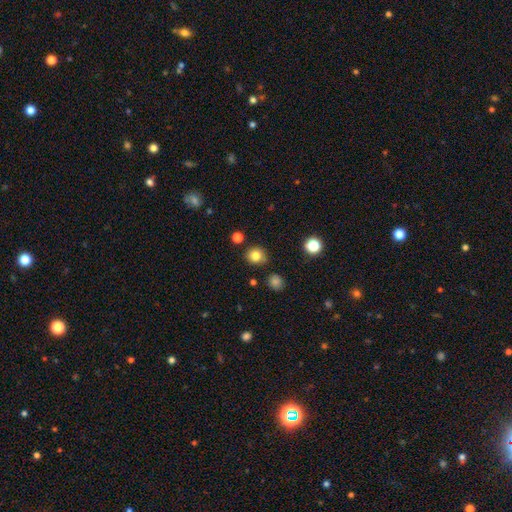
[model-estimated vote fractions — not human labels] Smooth or featured? smooth (81%)
How rounded? round (89%)
Merging? none (84%)